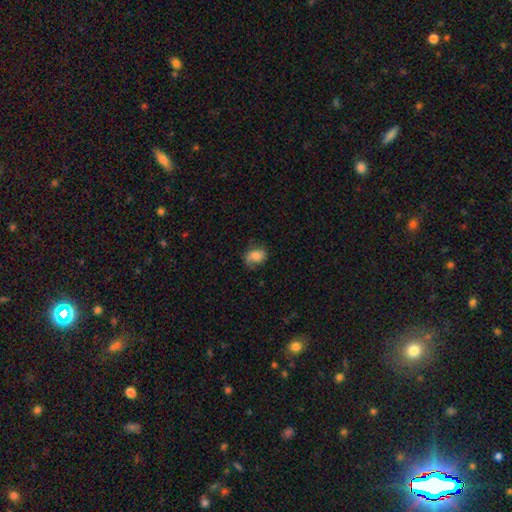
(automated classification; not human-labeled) Morphology: type=smooth (65%); roundness=in between (61%); merging=none (56%).